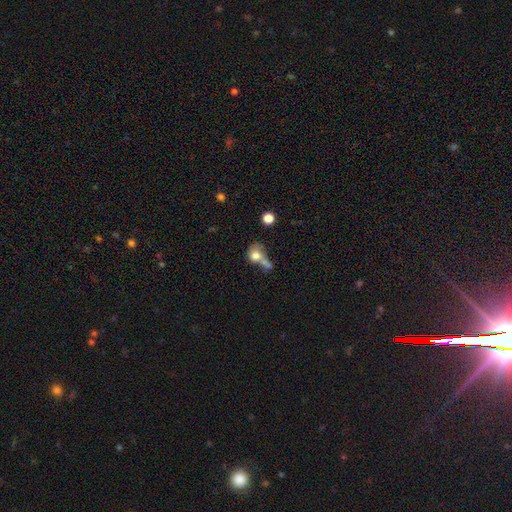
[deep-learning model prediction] smooth-or-featured: smooth: 70% | featured or disk: 20% | star or artifact: 10%
  how-rounded: round: 54% | in between: 44% | cigar-shaped: 3%
  merging: merger: 52% | major disturbance: 18% | none: 18% | minor disturbance: 12%